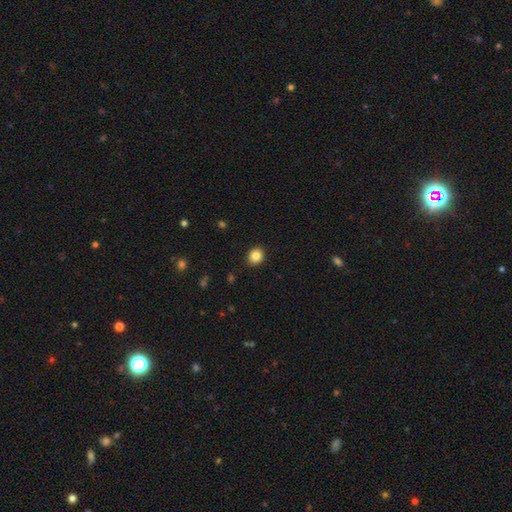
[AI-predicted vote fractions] Smooth or featured?
  - smooth: 84% *
  - star or artifact: 10%
  - featured or disk: 5%
How rounded?
  - round: 78% *
  - in between: 22%
  - cigar-shaped: 1%
Merging?
  - none: 91% *
  - minor disturbance: 6%
  - major disturbance: 2%
  - merger: 1%